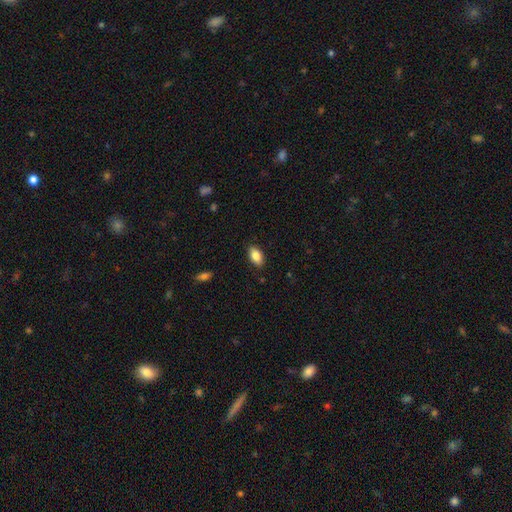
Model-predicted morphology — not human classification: A smooth galaxy with no disk features (84%) that is in between round and cigar-shaped (92%). Merging: none (87%).